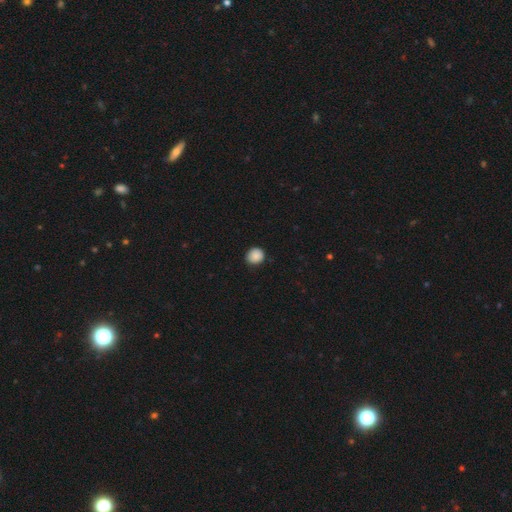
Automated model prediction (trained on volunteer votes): smooth-or-featured: smooth: 88% | star or artifact: 9% | featured or disk: 3%
  how-rounded: round: 82% | in between: 17% | cigar-shaped: 1%
  merging: none: 86% | minor disturbance: 11% | major disturbance: 2% | merger: 1%